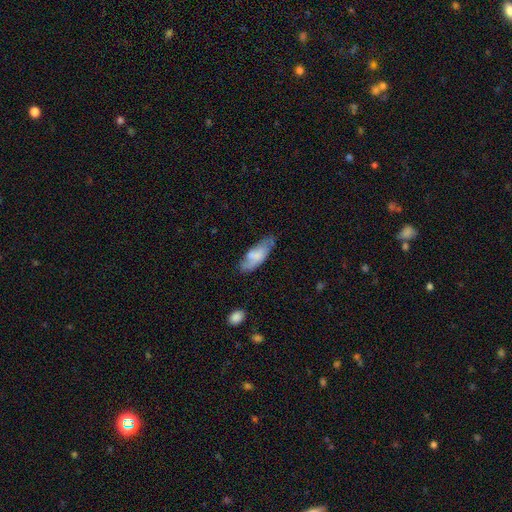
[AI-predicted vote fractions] Q: Smooth or featured?
A: smooth (62%); runner-up: featured or disk (32%)
Q: How rounded?
A: in between (74%); runner-up: cigar-shaped (24%)
Q: Merging?
A: none (61%); runner-up: minor disturbance (28%)